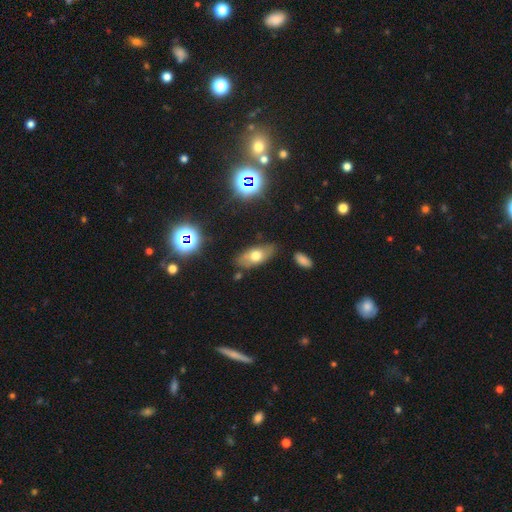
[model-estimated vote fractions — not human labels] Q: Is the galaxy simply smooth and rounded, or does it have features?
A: smooth — 62%.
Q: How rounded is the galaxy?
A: in between — 87%.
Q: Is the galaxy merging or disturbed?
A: none — 77%.